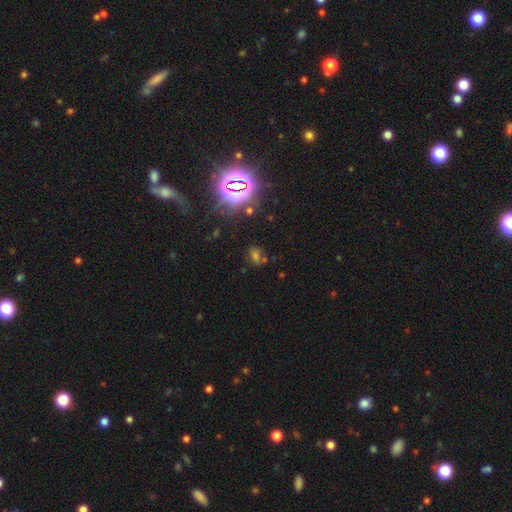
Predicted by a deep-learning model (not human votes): Overall: star or artifact (59%; smooth 28%).